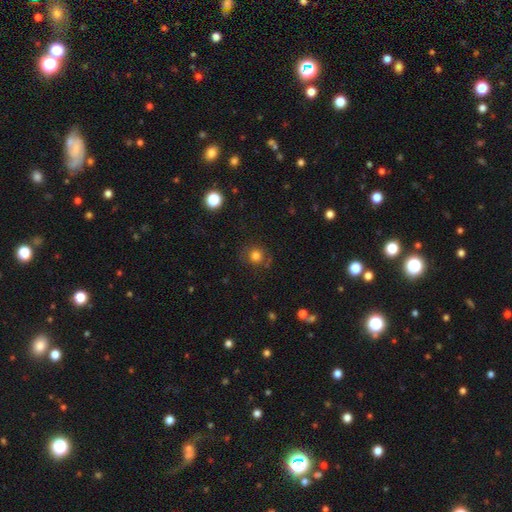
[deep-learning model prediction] This appears to be a smooth galaxy with no disk features (79%) that is round (90%). Merging: none (79%).